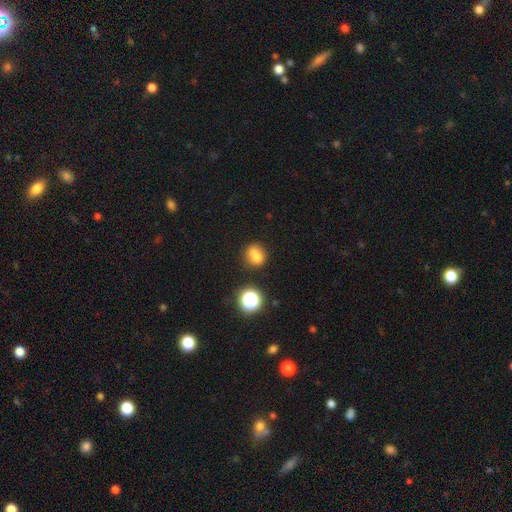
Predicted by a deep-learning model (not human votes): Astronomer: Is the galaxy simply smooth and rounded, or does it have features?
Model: smooth — 72%.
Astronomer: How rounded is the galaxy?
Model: round — 68%.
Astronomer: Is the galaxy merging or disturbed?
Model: none — 52% (runner-up: merger, 31%).